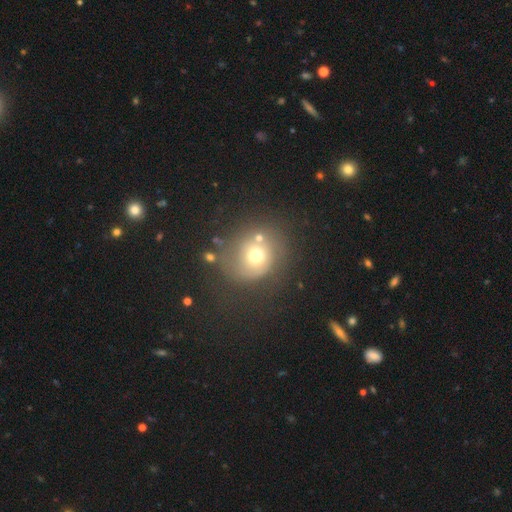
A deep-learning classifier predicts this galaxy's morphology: Smooth or featured? Predicted: smooth (p=0.60). How rounded? Predicted: round (p=0.78). Merging? Predicted: none (p=0.57).